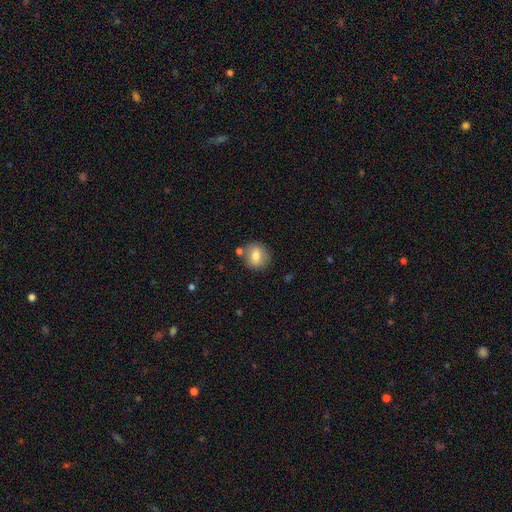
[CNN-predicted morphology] A smooth galaxy with no disk features (73%) that is round (78%).

Vote fractions:
- Smooth or featured? smooth: 73% / featured or disk: 19% / star or artifact: 9%
- How rounded? round: 78% / in between: 21% / cigar-shaped: 1%
- Merging? none: 76% / minor disturbance: 12% / merger: 9% / major disturbance: 3%